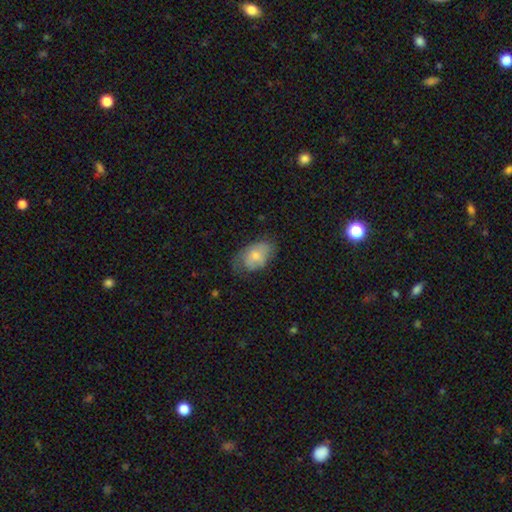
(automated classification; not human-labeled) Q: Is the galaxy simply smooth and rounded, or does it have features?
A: smooth — 66%.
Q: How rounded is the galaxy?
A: in between — 89%.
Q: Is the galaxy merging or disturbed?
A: none — 49%.